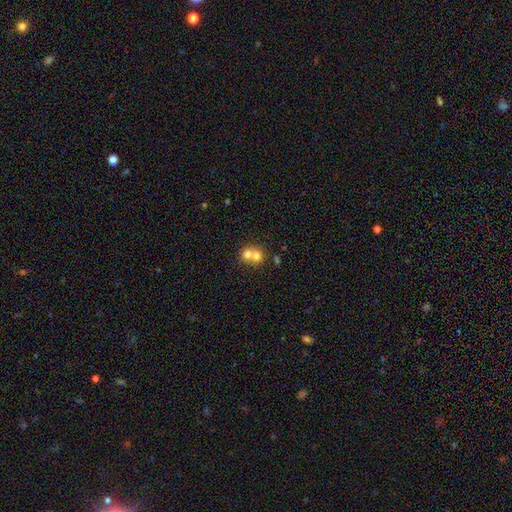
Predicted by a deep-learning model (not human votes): Smooth or featured: smooth — 70% (featured or disk — 19%)
How rounded: round — 78% (in between — 21%)
Merging: merger — 66% (none — 27%)